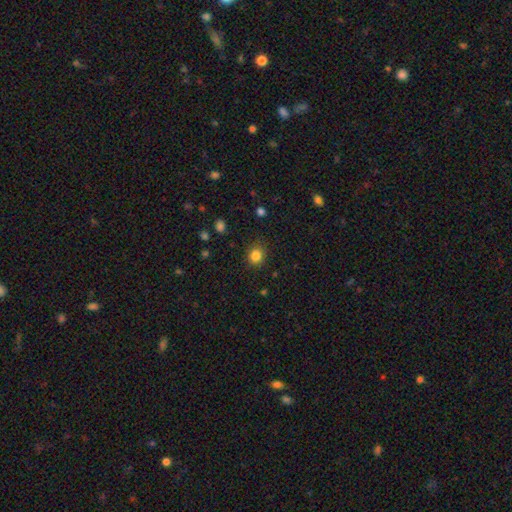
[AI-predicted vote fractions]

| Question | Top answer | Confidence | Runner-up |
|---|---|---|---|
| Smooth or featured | smooth | 84% | star or artifact (12%) |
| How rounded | round | 84% | in between (15%) |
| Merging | none | 87% | minor disturbance (9%) |